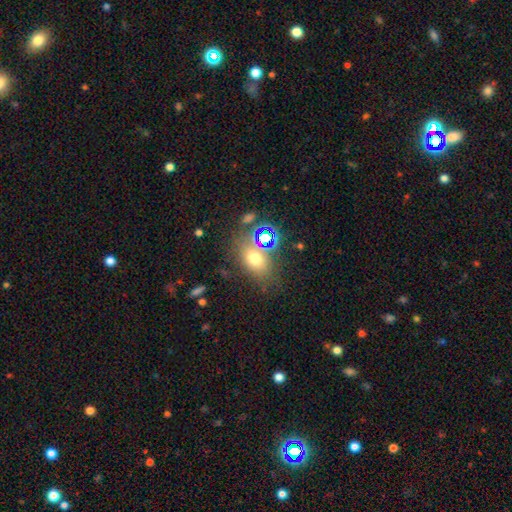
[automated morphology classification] smooth-or-featured: smooth: 62% | star or artifact: 24% | featured or disk: 14%
  how-rounded: in between: 63% | round: 35% | cigar-shaped: 2%
  merging: none: 62% | merger: 16% | minor disturbance: 14% | major disturbance: 7%